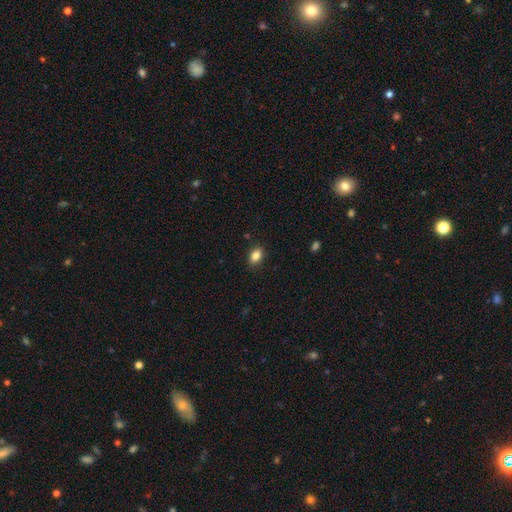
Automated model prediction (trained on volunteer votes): A smooth galaxy with no disk features (84%) that is in between round and cigar-shaped (82%).

Vote fractions:
- Smooth or featured? smooth: 84% / star or artifact: 9% / featured or disk: 6%
- How rounded? in between: 82% / round: 17% / cigar-shaped: 2%
- Merging? none: 87% / minor disturbance: 10% / major disturbance: 2% / merger: 1%